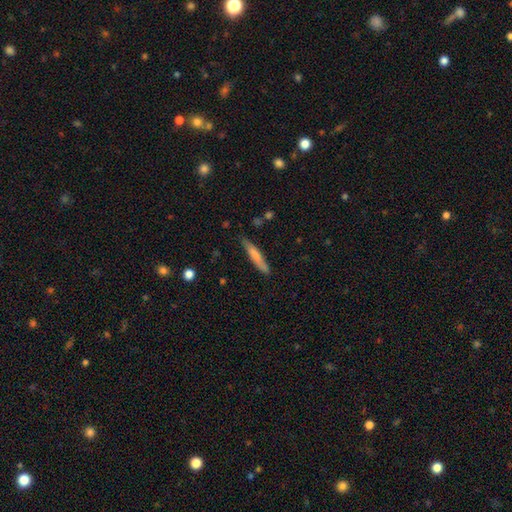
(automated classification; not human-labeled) Smooth or featured: smooth — 70% (featured or disk — 24%)
How rounded: cigar-shaped — 92% (in between — 7%)
Merging: none — 82% (minor disturbance — 14%)